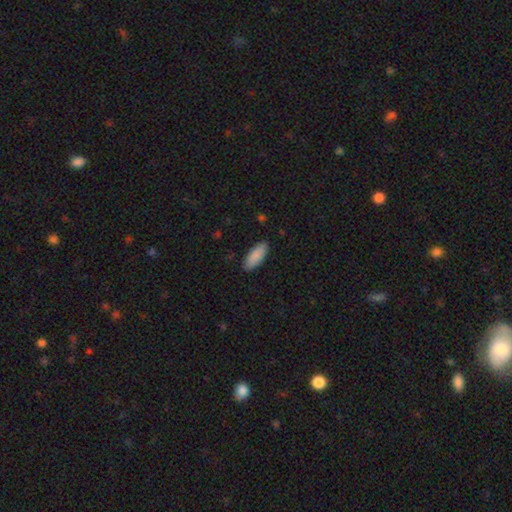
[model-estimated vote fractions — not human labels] Morphology: type=smooth (89%); roundness=in between (78%); merging=none (89%).